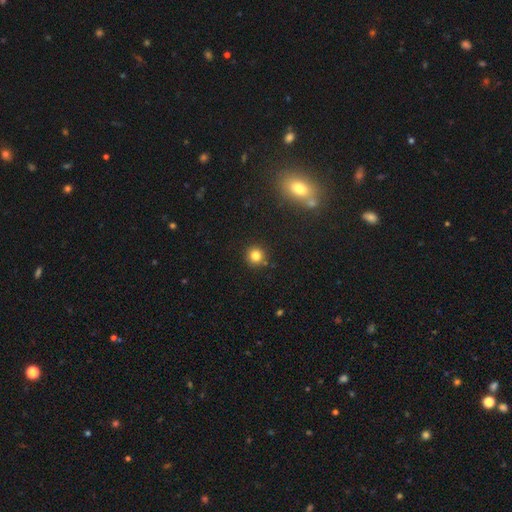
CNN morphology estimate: Smooth or featured? Predicted: smooth (p=0.81). How rounded? Predicted: round (p=0.93). Merging? Predicted: none (p=0.88).